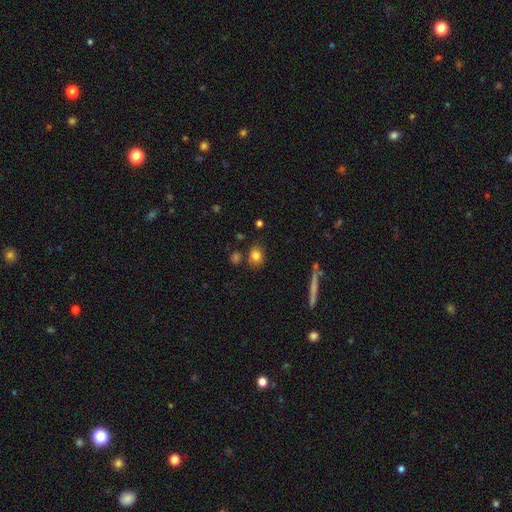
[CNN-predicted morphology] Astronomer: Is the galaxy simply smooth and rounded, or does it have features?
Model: smooth — 81%.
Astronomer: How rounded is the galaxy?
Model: round — 54% (runner-up: in between, 44%).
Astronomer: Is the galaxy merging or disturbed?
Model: none — 79%.